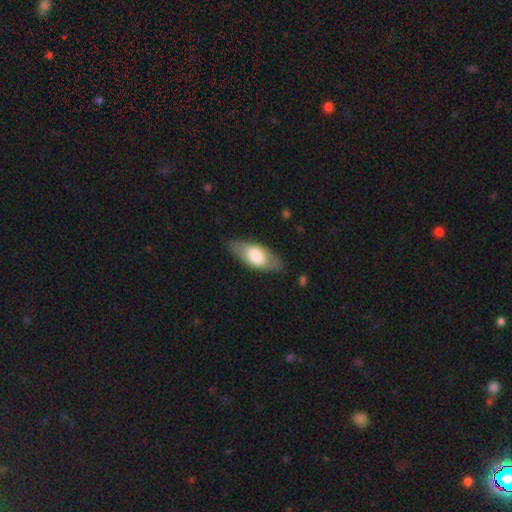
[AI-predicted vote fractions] Overall: smooth (63%; featured or disk 31%). How rounded: in between (80%). Merging: none (79%).